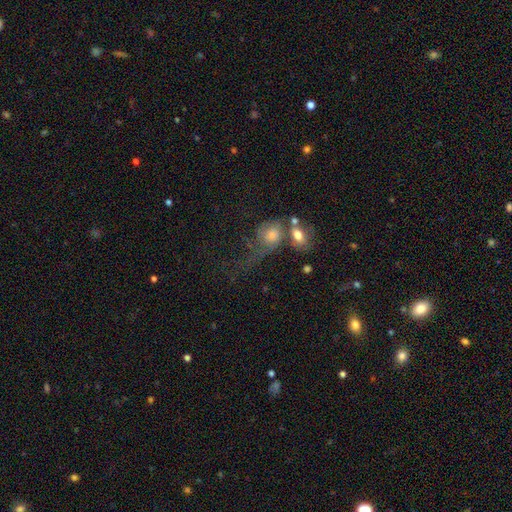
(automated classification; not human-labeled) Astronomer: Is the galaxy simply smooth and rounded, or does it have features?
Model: smooth — 46% (runner-up: featured or disk, 33%).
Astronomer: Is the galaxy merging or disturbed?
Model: merger — 38% (runner-up: major disturbance, 28%).